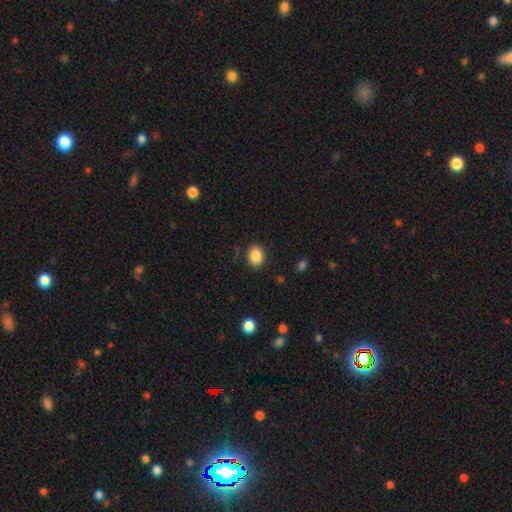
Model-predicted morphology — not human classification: Q: Smooth or featured?
A: smooth (87%); runner-up: star or artifact (9%)
Q: How rounded?
A: in between (56%); runner-up: round (43%)
Q: Merging?
A: none (87%); runner-up: minor disturbance (9%)